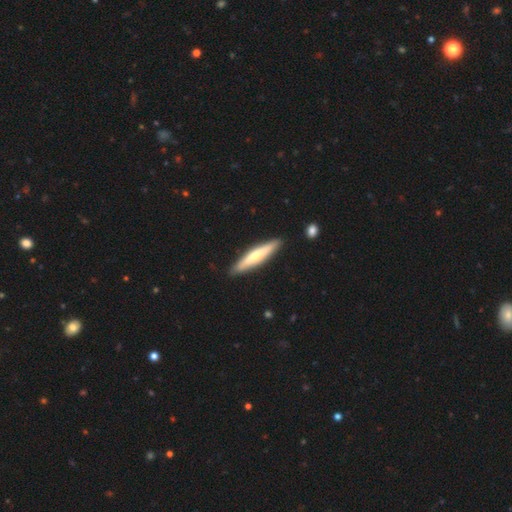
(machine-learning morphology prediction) smooth_or_featured: smooth (p=0.52) [alt: featured or disk p=0.43]
how_rounded: cigar-shaped (p=0.88) [alt: in between p=0.11]
merging: none (p=0.89) [alt: minor disturbance p=0.08]